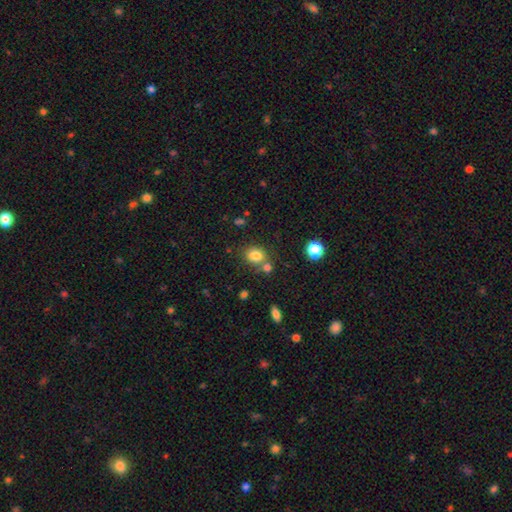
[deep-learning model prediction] smooth-or-featured: smooth: 81% | star or artifact: 11% | featured or disk: 7%
  how-rounded: in between: 52% | round: 47% | cigar-shaped: 1%
  merging: none: 62% | merger: 21% | minor disturbance: 12% | major disturbance: 4%